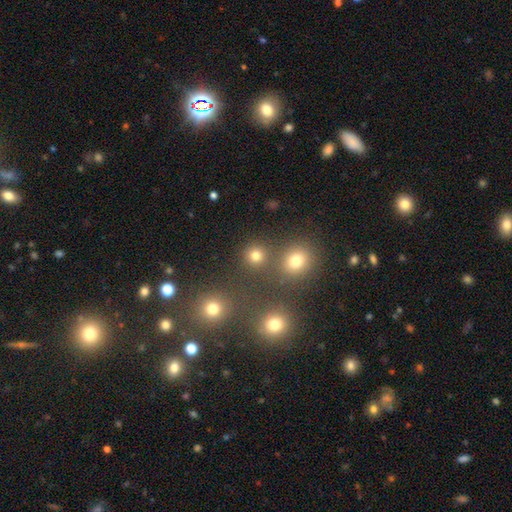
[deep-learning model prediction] smooth-or-featured: smooth: 76% | star or artifact: 19% | featured or disk: 5%
  how-rounded: round: 91% | in between: 8% | cigar-shaped: 1%
  merging: none: 80% | merger: 10% | minor disturbance: 6% | major disturbance: 3%